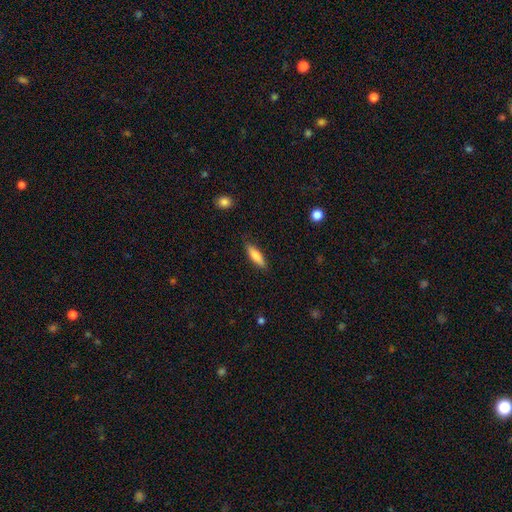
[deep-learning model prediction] Overall: smooth (78%). How rounded: cigar-shaped (54%; in between 44%). Merging: none (85%).